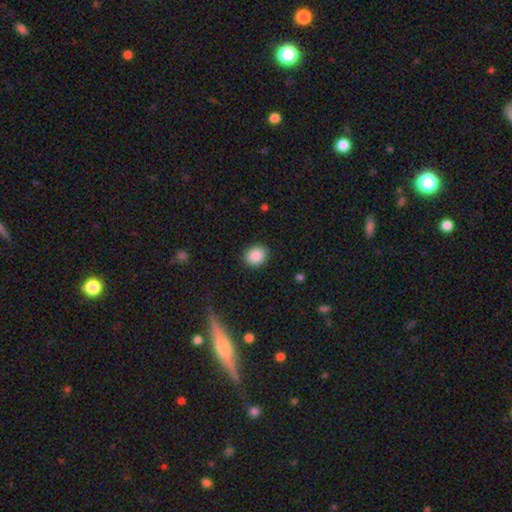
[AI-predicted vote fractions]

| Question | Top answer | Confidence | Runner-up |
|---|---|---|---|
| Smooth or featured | smooth | 88% | star or artifact (9%) |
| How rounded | round | 70% | in between (29%) |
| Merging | none | 89% | minor disturbance (8%) |